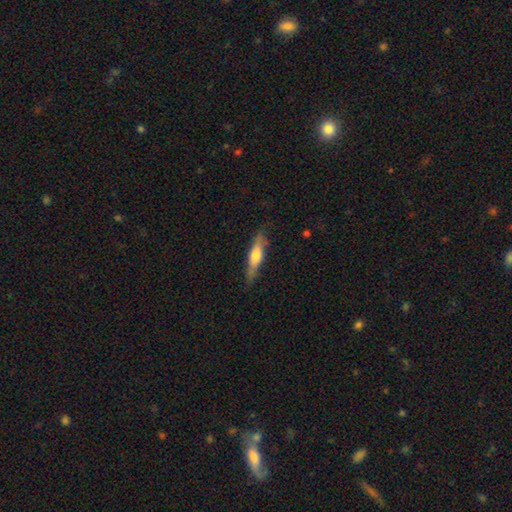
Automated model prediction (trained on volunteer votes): Overall: smooth (56%; featured or disk 39%). How rounded: cigar-shaped (76%). Merging: none (78%).